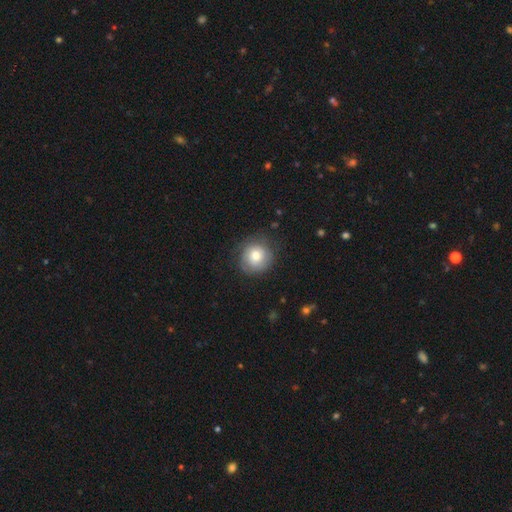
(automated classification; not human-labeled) A smooth galaxy with no disk features (70%) that is round (90%). Merging: none (77%).